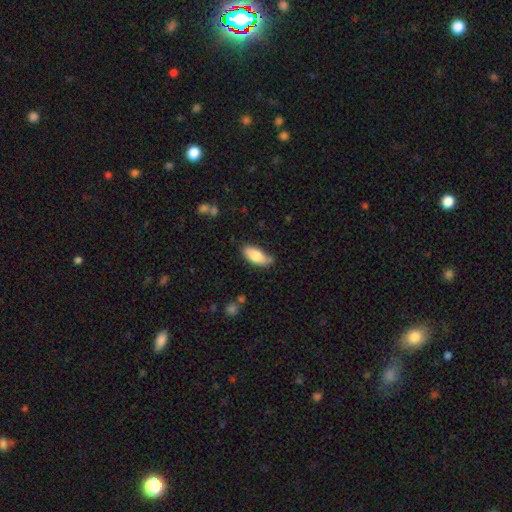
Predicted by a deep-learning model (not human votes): Q: Smooth or featured?
A: smooth (79%); runner-up: featured or disk (15%)
Q: How rounded?
A: in between (83%); runner-up: cigar-shaped (15%)
Q: Merging?
A: none (66%); runner-up: minor disturbance (26%)